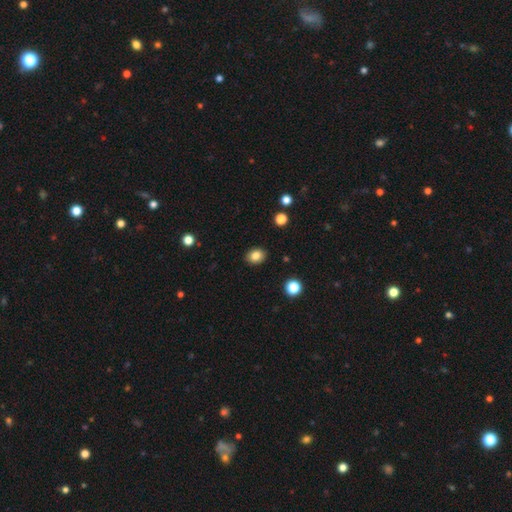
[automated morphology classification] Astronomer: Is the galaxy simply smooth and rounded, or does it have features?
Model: smooth — 83%.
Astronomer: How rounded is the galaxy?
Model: in between — 53% (runner-up: round, 46%).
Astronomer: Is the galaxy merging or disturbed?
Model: none — 89%.